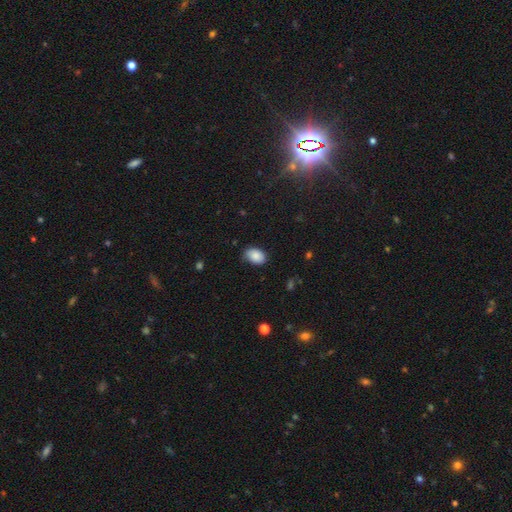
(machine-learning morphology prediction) Smooth or featured? smooth (84%)
How rounded? in between (83%)
Merging? none (66%)